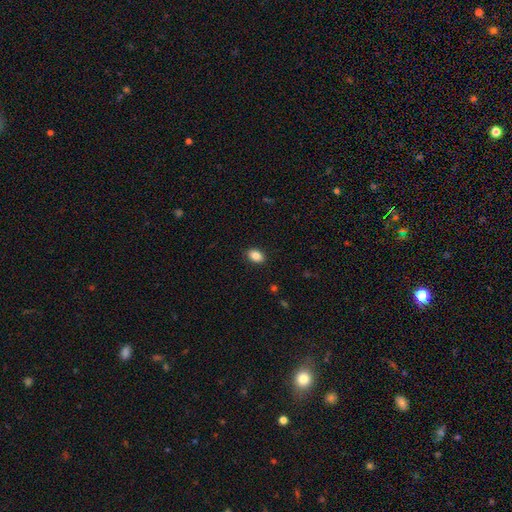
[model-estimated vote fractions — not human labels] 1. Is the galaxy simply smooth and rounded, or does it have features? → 86% smooth, 8% star or artifact, 5% featured or disk.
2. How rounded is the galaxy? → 84% in between, 14% round, 1% cigar-shaped.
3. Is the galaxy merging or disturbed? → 89% none, 8% minor disturbance, 2% major disturbance, 1% merger.